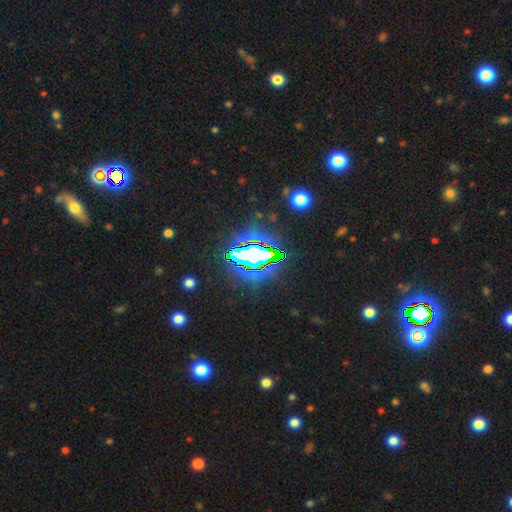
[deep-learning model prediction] Smooth or featured?
  - star or artifact: 72% *
  - smooth: 15%
  - featured or disk: 13%